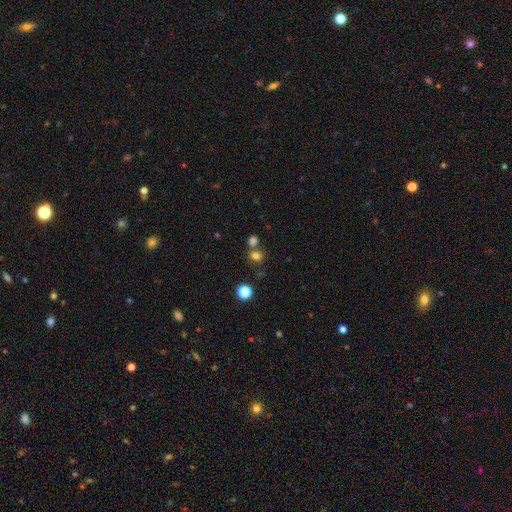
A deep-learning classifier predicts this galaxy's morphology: type=smooth (75%); roundness=round (65%); merging=none (58%).